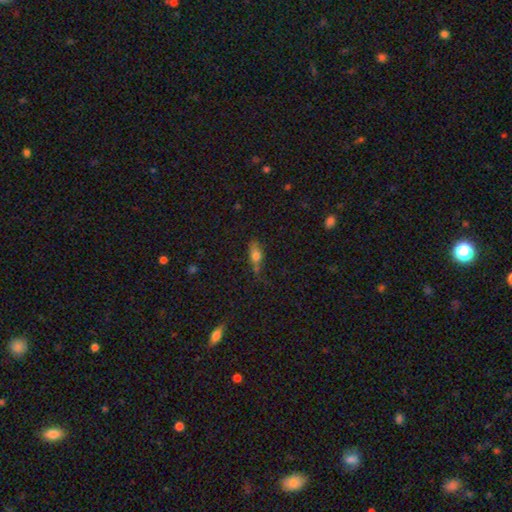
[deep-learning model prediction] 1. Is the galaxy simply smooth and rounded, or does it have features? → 70% smooth, 18% featured or disk, 12% star or artifact.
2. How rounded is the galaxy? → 73% in between, 19% cigar-shaped, 8% round.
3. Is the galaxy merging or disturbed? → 45% none, 29% minor disturbance, 15% major disturbance, 11% merger.